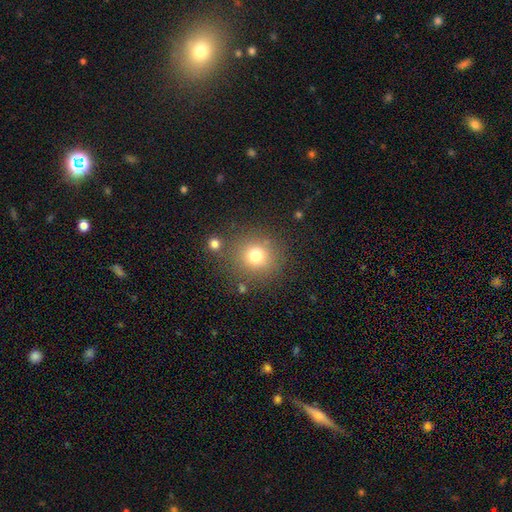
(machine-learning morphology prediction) Smooth or featured: smooth — 75% (star or artifact — 15%)
How rounded: round — 91% (in between — 8%)
Merging: none — 81% (minor disturbance — 9%)